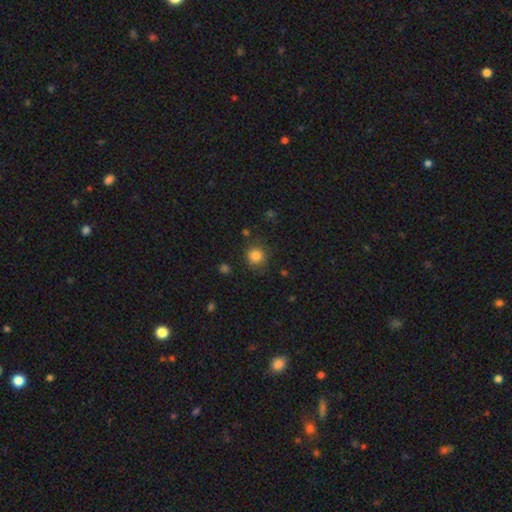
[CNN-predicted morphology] smooth 83%, star or artifact 11%, featured or disk 5%. Down the decision tree: how rounded — round (92%); merging — none (83%).